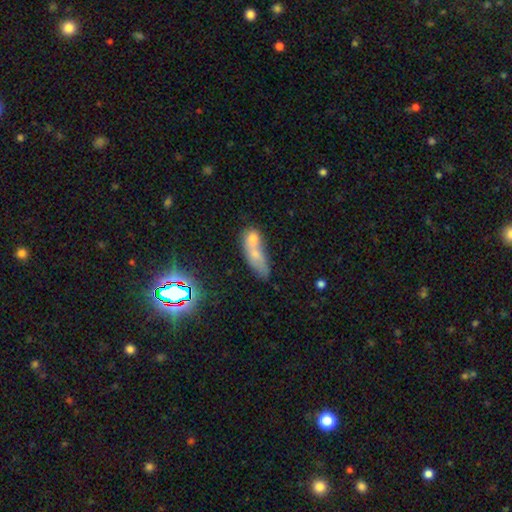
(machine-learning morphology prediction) smooth_or_featured: smooth (p=0.64) [alt: featured or disk p=0.24]
how_rounded: in between (p=0.63) [alt: cigar-shaped p=0.27]
merging: merger (p=0.61) [alt: none p=0.19]